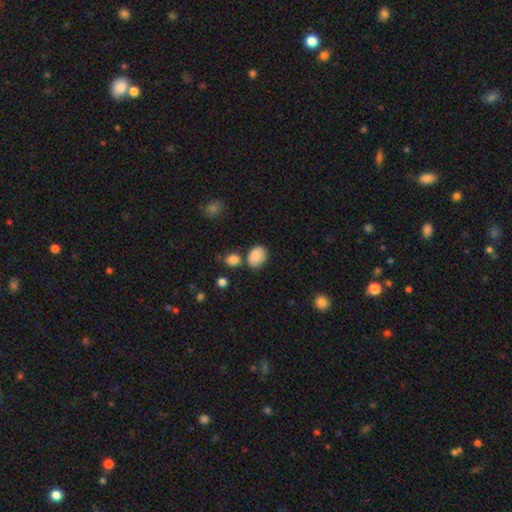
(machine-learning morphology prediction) This appears to be a smooth galaxy with no disk features (85%) that is in between round and cigar-shaped (64%). Merging: none (65%).